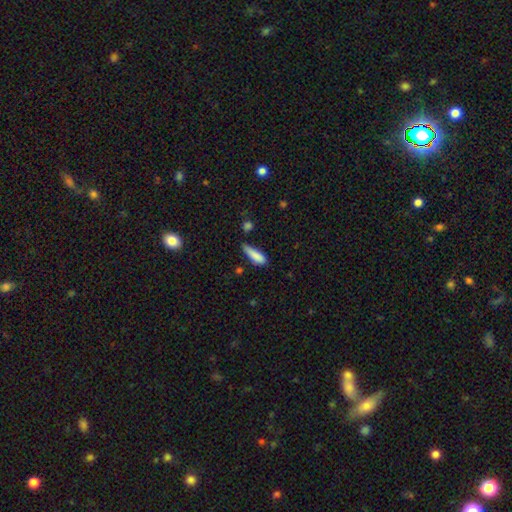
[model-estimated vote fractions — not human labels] smooth-or-featured: smooth: 84% | featured or disk: 9% | star or artifact: 7%
  how-rounded: cigar-shaped: 57% | in between: 41% | round: 2%
  merging: none: 47% | minor disturbance: 38% | major disturbance: 9% | merger: 6%